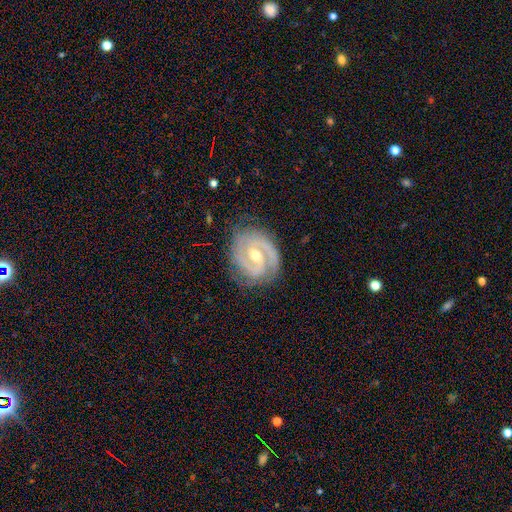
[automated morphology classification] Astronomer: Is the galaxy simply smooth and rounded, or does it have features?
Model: featured or disk — 91%.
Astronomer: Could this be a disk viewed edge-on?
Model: no — 98%.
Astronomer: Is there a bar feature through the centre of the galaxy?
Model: weak — 47% (runner-up: no, 30%).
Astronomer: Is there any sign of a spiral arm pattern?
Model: yes — 98%.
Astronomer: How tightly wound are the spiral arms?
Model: tight — 62%.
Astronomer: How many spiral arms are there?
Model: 2 — 78%.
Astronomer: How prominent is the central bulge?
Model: moderate — 61%.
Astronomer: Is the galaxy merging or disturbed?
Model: none — 81%.